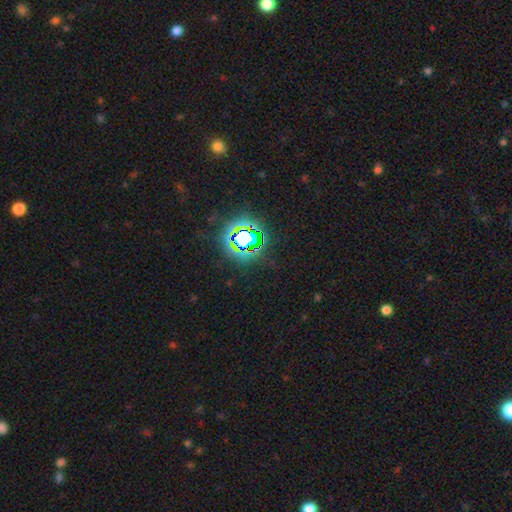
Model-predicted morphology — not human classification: Smooth or featured?
  - star or artifact: 81% *
  - smooth: 13%
  - featured or disk: 6%